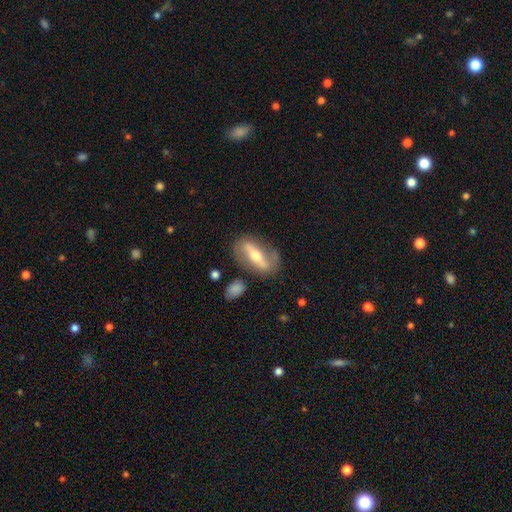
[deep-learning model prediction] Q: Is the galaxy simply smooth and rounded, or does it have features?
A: featured or disk — 70%.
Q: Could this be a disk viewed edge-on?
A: no — 74%.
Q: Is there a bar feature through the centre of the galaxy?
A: strong — 66%.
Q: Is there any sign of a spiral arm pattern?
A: yes — 56%.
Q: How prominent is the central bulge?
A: moderate — 66%.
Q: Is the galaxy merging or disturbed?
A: none — 74%.